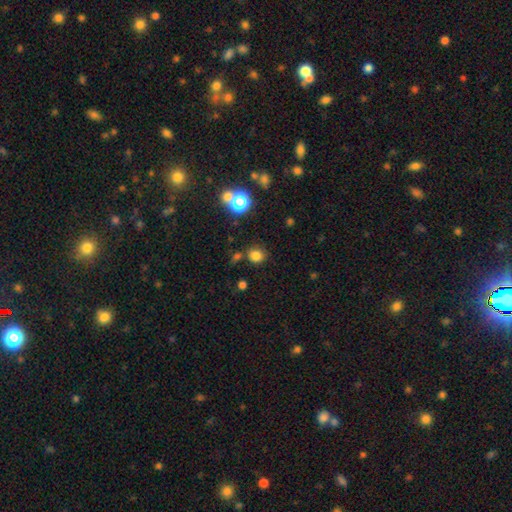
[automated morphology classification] Smooth or featured? Predicted: smooth (p=0.79). How rounded? Predicted: round (p=0.80). Merging? Predicted: none (p=0.76).